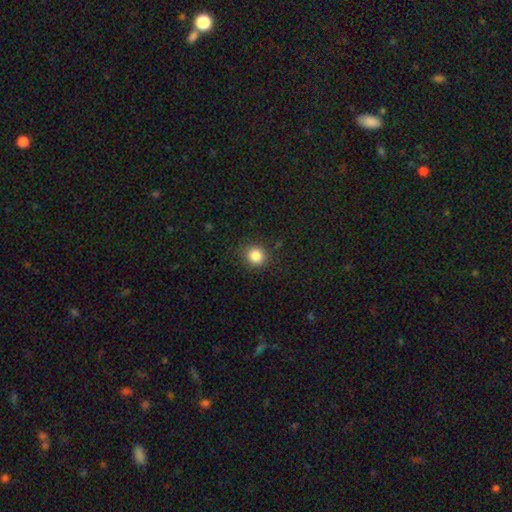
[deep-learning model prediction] Smooth or featured? smooth (85%)
How rounded? round (87%)
Merging? none (88%)